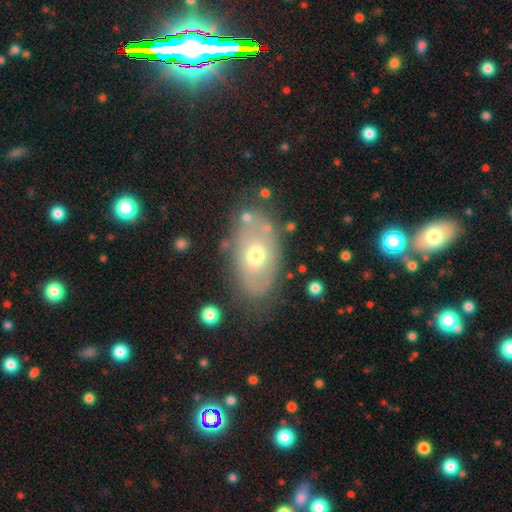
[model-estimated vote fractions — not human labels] This is possibly a featured or disk galaxy (47%). Merging: likely none (75%).